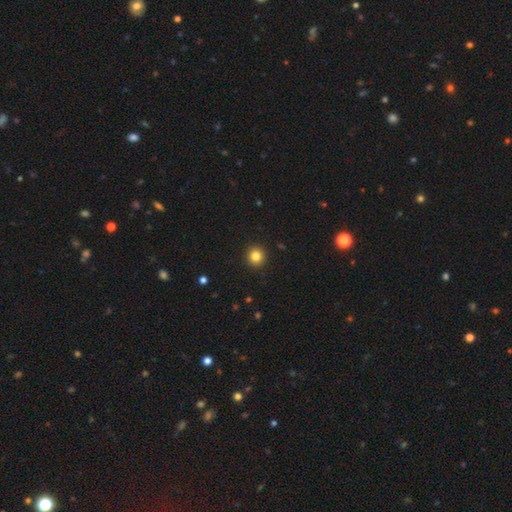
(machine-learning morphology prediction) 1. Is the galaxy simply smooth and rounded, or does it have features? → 83% smooth, 12% star or artifact, 5% featured or disk.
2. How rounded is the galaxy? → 94% round, 5% in between, 1% cigar-shaped.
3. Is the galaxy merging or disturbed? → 93% none, 4% minor disturbance, 2% major disturbance, 1% merger.